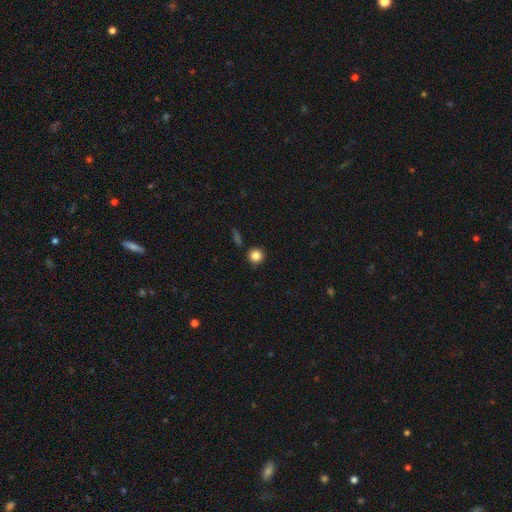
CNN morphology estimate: smooth-or-featured: smooth: 84% | star or artifact: 11% | featured or disk: 5%
  how-rounded: round: 94% | in between: 5% | cigar-shaped: 1%
  merging: none: 88% | minor disturbance: 7% | merger: 3% | major disturbance: 2%